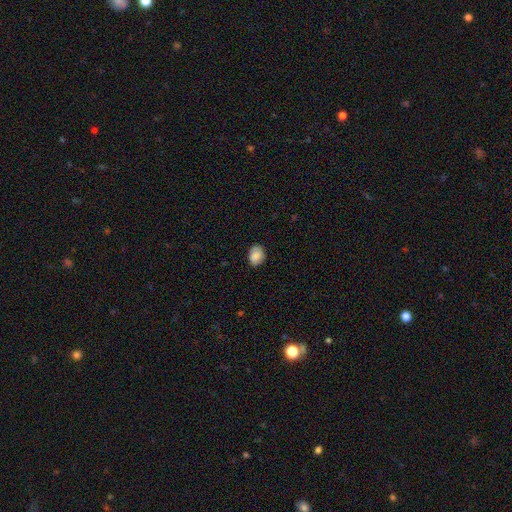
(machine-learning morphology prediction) Smooth or featured? smooth (85%)
How rounded? in between (60%)
Merging? none (82%)